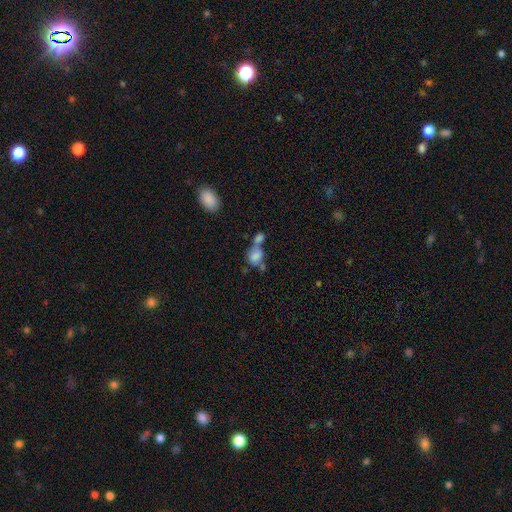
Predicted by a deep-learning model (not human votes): This is likely a smooth galaxy (78%). How rounded: likely in between (61%). Merging: likely merger (62%).